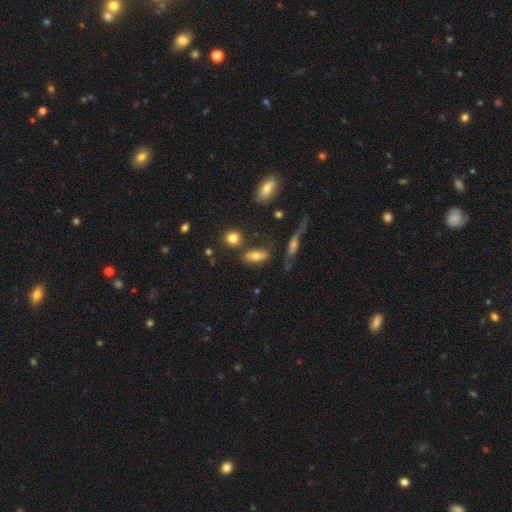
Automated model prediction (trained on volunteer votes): smooth_or_featured: smooth (p=0.70) [alt: featured or disk p=0.20]
how_rounded: in between (p=0.77) [alt: cigar-shaped p=0.13]
merging: none (p=0.67) [alt: minor disturbance p=0.15]